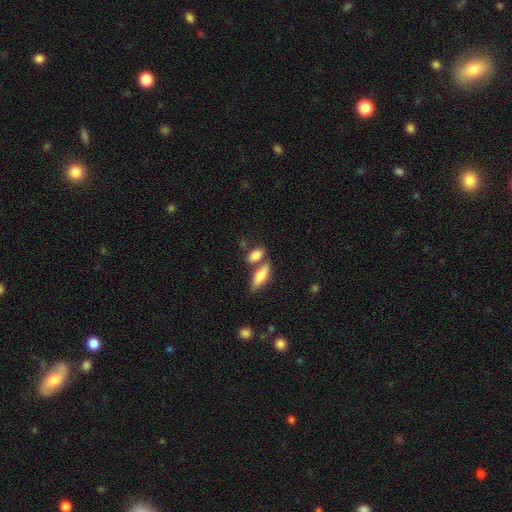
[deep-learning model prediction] Q: Smooth or featured?
A: smooth (82%); runner-up: featured or disk (11%)
Q: How rounded?
A: in between (80%); runner-up: cigar-shaped (15%)
Q: Merging?
A: none (48%); runner-up: merger (36%)